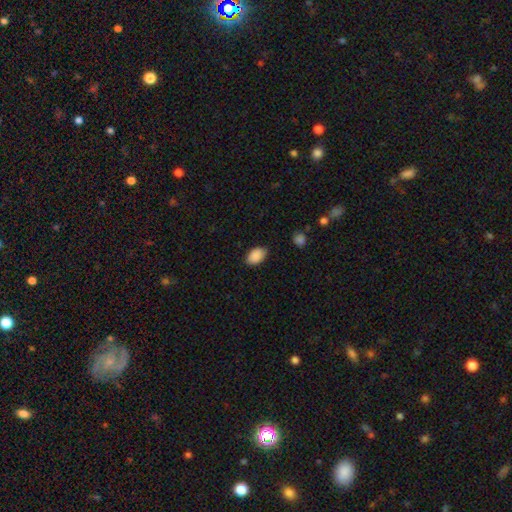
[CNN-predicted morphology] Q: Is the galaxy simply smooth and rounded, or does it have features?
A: smooth — 90%.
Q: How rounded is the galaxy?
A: in between — 90%.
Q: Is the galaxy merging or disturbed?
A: none — 82%.